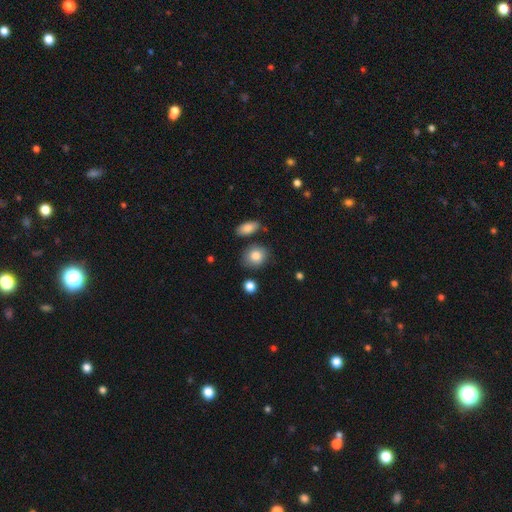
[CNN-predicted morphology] The model was most divided on "how rounded": round: 58%, in between: 40%, cigar-shaped: 1%. More confident: smooth or featured — smooth (83%); merging — none (77%).